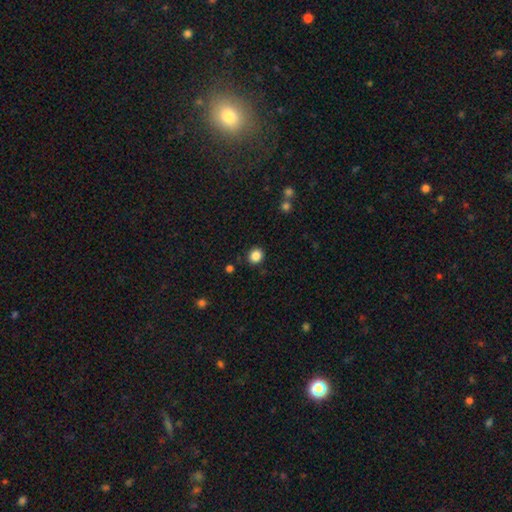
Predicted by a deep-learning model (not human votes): Smooth or featured? smooth (86%)
How rounded? round (80%)
Merging? none (89%)